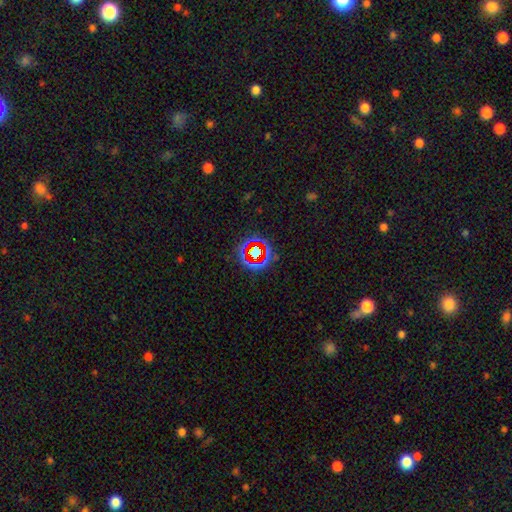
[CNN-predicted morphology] Smooth or featured? Predicted: star or artifact (p=0.66).